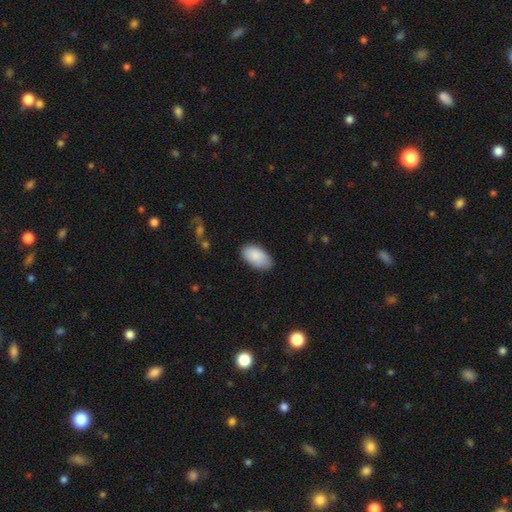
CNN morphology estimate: smooth 89%, star or artifact 6%, featured or disk 6%. Down the decision tree: how rounded — in between (96%); merging — none (80%).